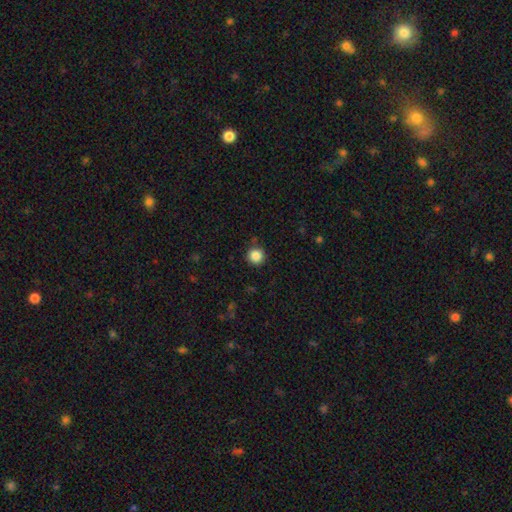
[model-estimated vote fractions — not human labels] smooth 86%, star or artifact 10%, featured or disk 3%. Down the decision tree: how rounded — round (95%); merging — none (89%).